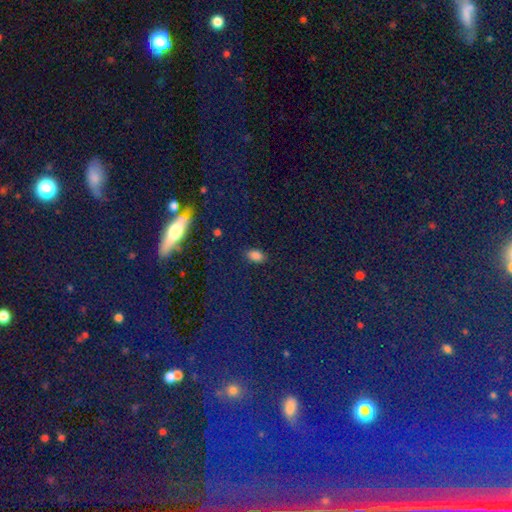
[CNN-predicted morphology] smooth_or_featured: smooth (p=0.81) [alt: star or artifact p=0.14]
how_rounded: in between (p=0.89) [alt: round p=0.08]
merging: none (p=0.87) [alt: minor disturbance p=0.09]